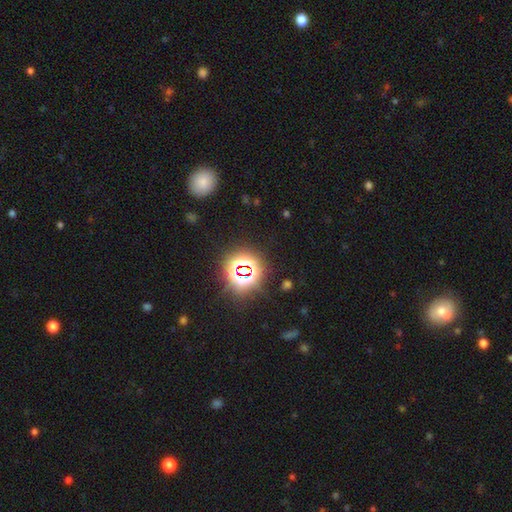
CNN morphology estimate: Smooth or featured? star or artifact (79%)